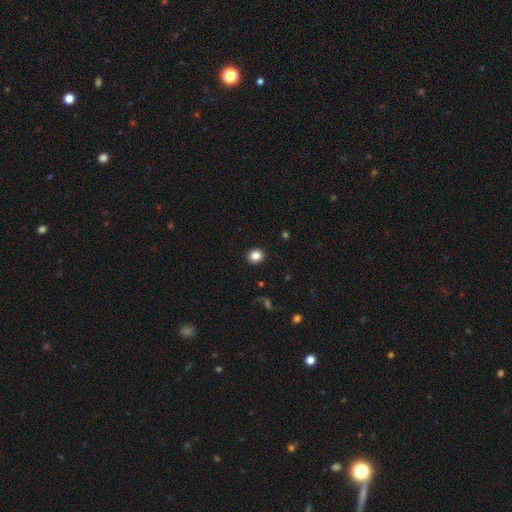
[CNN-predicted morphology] smooth 85%, star or artifact 10%, featured or disk 5%. Down the decision tree: how rounded — round (75%); merging — none (91%).